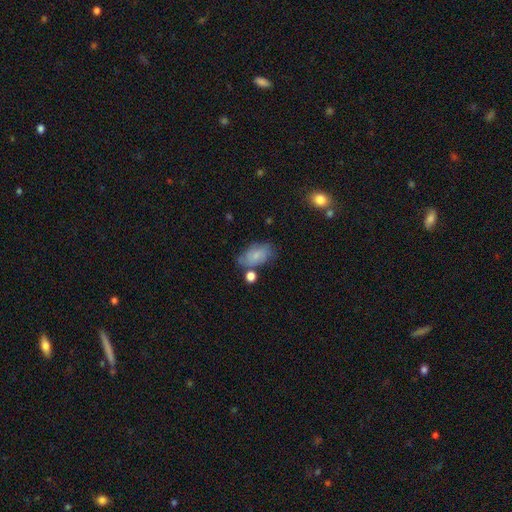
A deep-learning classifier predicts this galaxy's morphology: smooth-or-featured: smooth: 69% | featured or disk: 23% | star or artifact: 9%
  how-rounded: in between: 90% | round: 7% | cigar-shaped: 3%
  merging: none: 57% | minor disturbance: 24% | merger: 11% | major disturbance: 8%